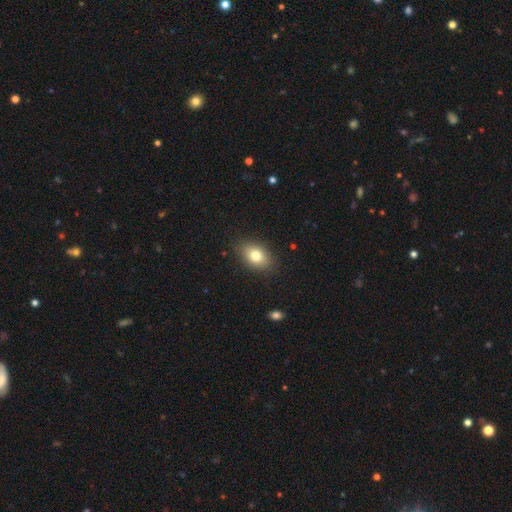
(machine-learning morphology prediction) Smooth or featured: smooth — 79% (featured or disk — 12%)
How rounded: in between — 83% (round — 15%)
Merging: none — 84% (minor disturbance — 12%)